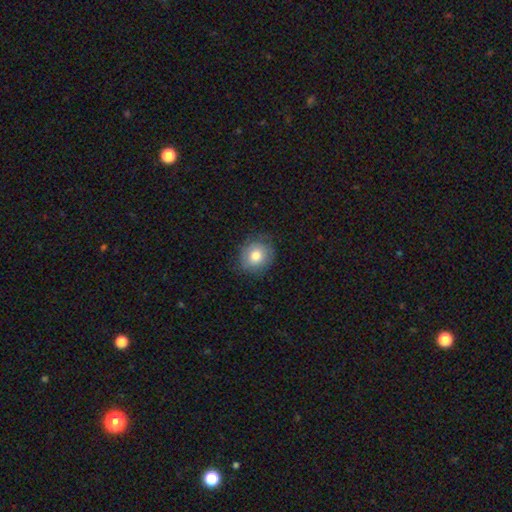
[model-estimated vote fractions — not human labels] Morphology: type=smooth (75%); roundness=round (77%); merging=none (77%).